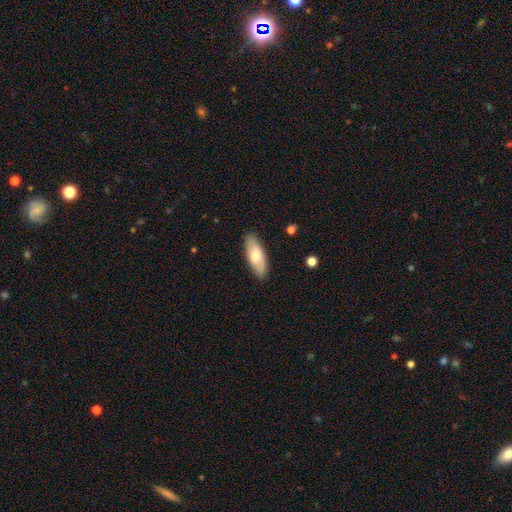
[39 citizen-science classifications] A smooth galaxy with no disk features (64%) that is in between round and cigar-shaped (72%). Merging: none (91%).